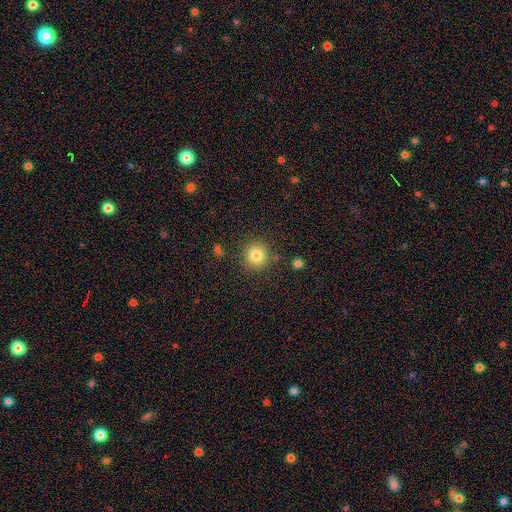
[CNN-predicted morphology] This appears to be a smooth galaxy with no disk features (82%) that is round (93%). Merging: none (86%).